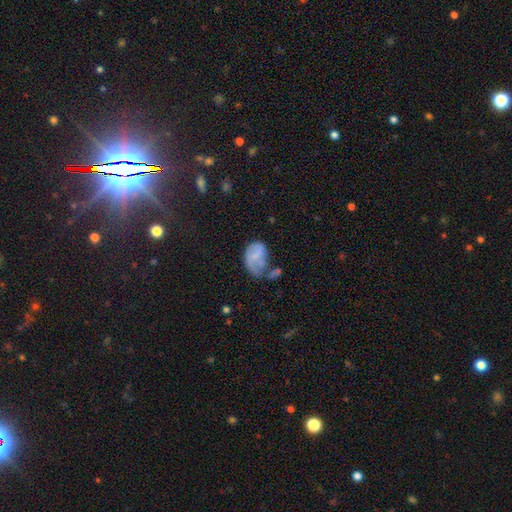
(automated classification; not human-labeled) Smooth or featured? smooth (58%)
How rounded? in between (81%)
Merging? major disturbance (35%)